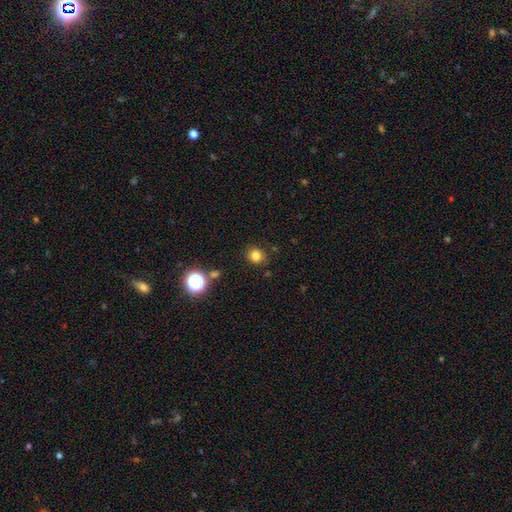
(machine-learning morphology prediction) Q: Smooth or featured?
A: smooth (80%); runner-up: star or artifact (14%)
Q: How rounded?
A: round (80%); runner-up: in between (19%)
Q: Merging?
A: none (85%); runner-up: minor disturbance (10%)